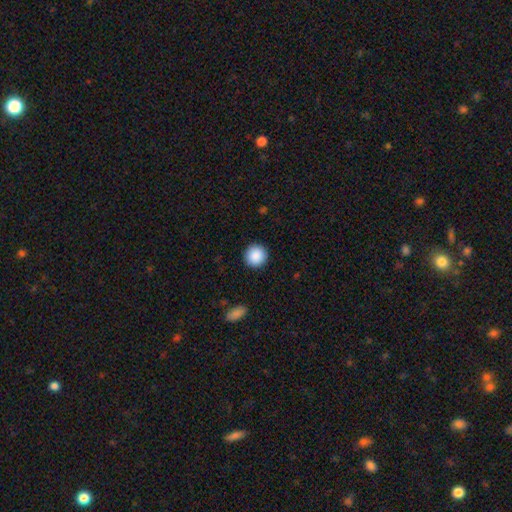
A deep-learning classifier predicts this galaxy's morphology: smooth 89%, star or artifact 8%, featured or disk 3%. Down the decision tree: how rounded — round (95%); merging — none (92%).